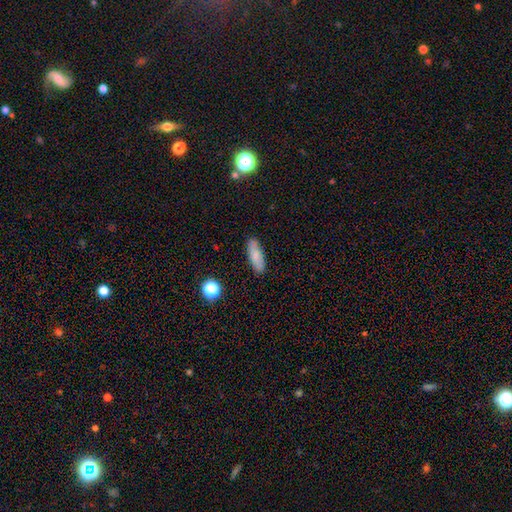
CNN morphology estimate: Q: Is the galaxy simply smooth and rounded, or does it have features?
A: smooth — 80%.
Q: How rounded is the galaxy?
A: in between — 58%.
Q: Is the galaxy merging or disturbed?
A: none — 86%.